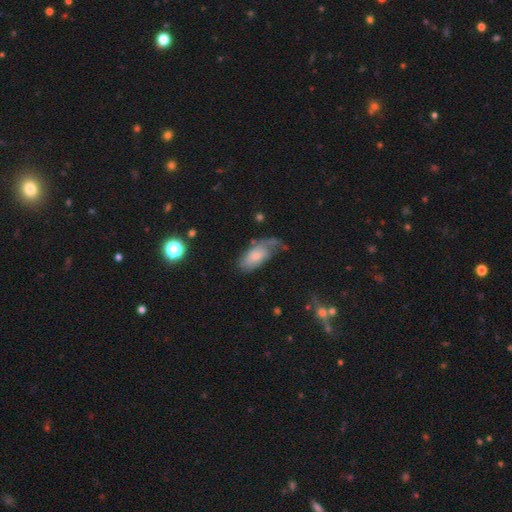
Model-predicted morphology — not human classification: Smooth or featured? smooth (50%)
How rounded? in between (90%)
Merging? none (36%)